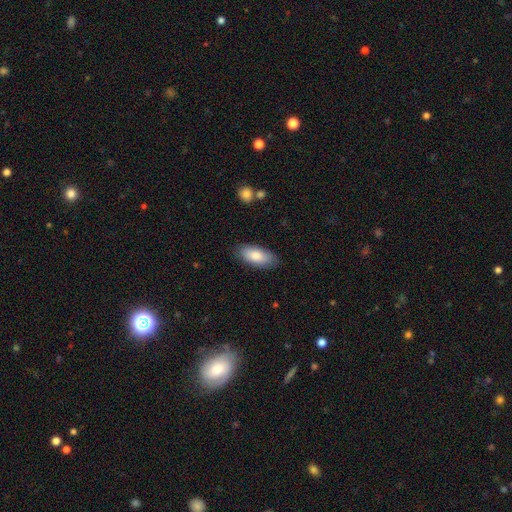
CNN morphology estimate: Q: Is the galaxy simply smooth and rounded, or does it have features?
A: smooth — 83%.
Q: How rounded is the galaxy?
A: in between — 87%.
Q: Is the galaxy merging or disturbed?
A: none — 84%.